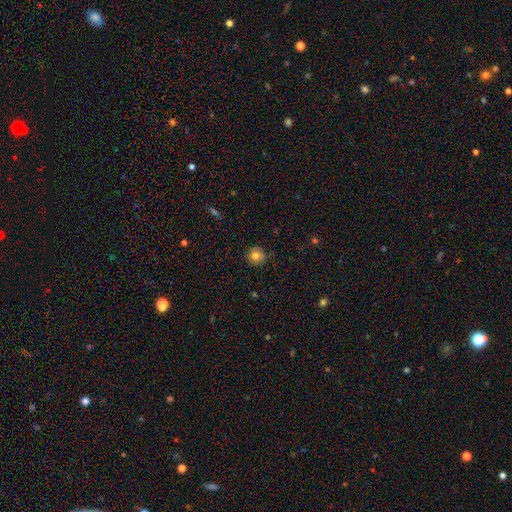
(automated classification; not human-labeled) smooth 79%, star or artifact 11%, featured or disk 9%. Down the decision tree: how rounded — round (94%); merging — none (88%).